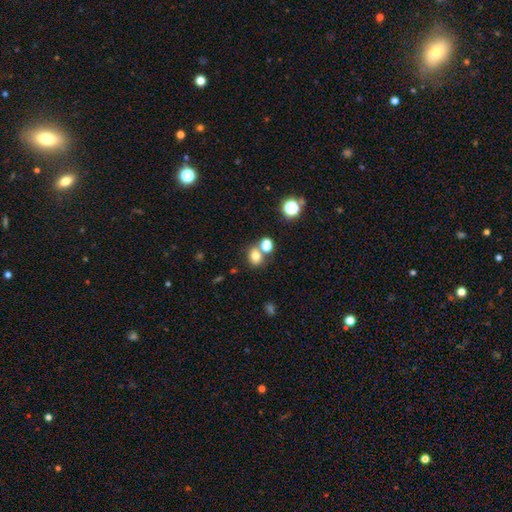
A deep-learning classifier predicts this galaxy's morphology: Smooth or featured? smooth (77%)
How rounded? round (60%)
Merging? none (58%)